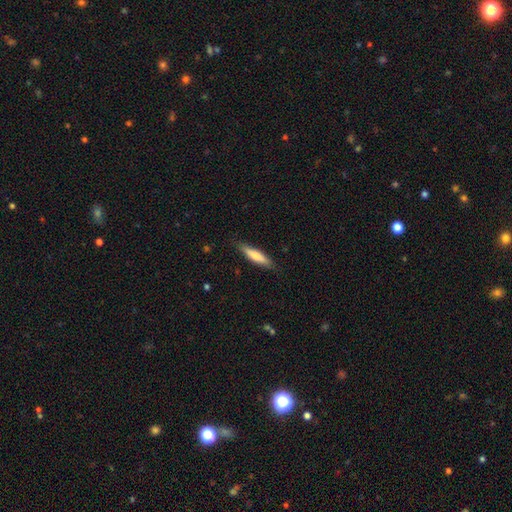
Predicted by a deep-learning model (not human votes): A smooth galaxy with no disk features (68%) that is cigar-shaped (78%). Merging: none (85%).